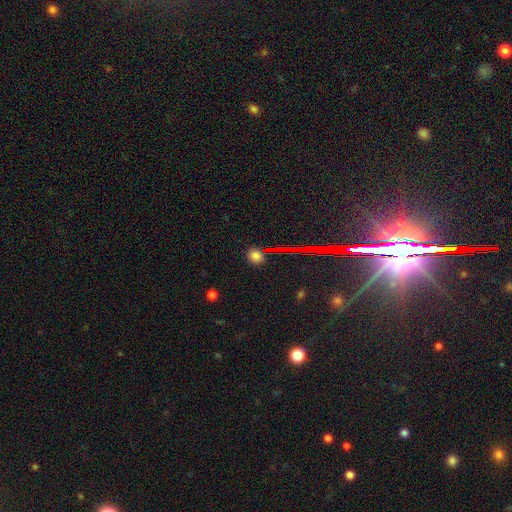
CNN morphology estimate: Smooth or featured? smooth (74%)
How rounded? round (75%)
Merging? none (84%)